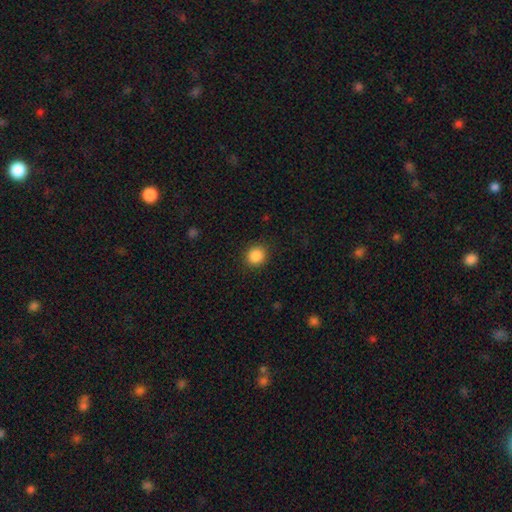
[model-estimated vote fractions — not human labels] Smooth or featured? smooth (87%)
How rounded? round (86%)
Merging? none (90%)